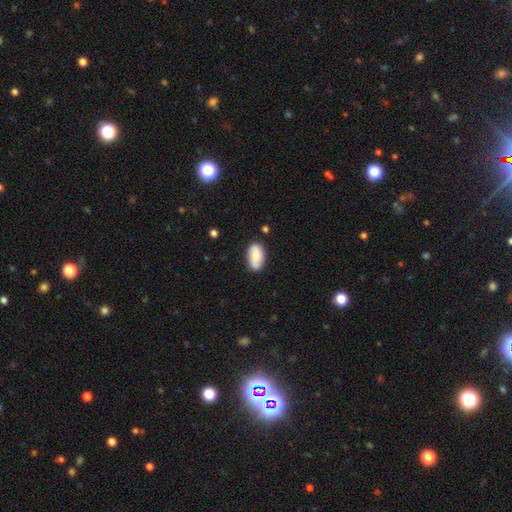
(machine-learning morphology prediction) smooth-or-featured: smooth: 78% | featured or disk: 15% | star or artifact: 7%
  how-rounded: in between: 93% | cigar-shaped: 4% | round: 3%
  merging: none: 79% | minor disturbance: 15% | major disturbance: 3% | merger: 2%